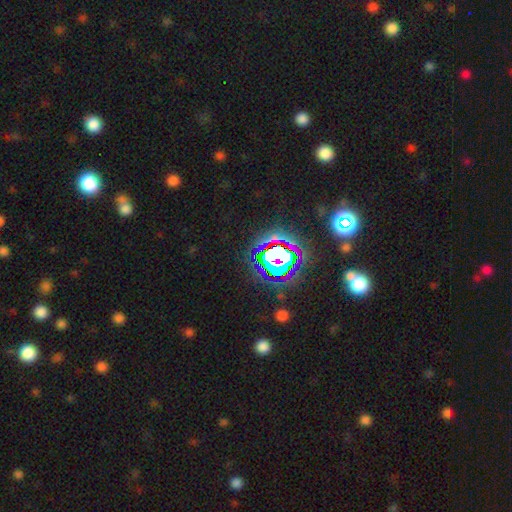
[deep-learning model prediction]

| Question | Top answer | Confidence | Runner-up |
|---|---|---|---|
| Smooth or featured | star or artifact | 71% | smooth (17%) |